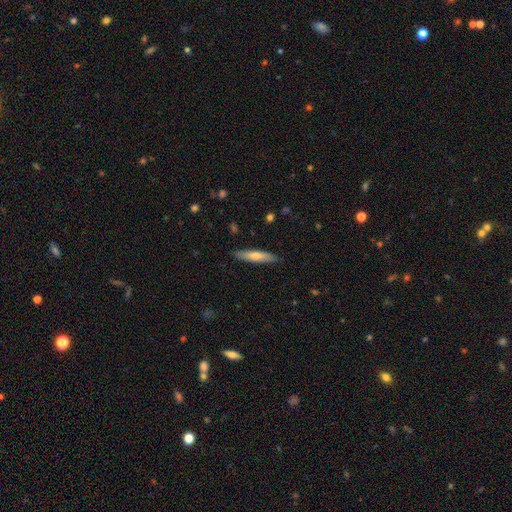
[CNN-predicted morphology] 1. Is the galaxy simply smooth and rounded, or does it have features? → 64% smooth, 30% featured or disk, 6% star or artifact.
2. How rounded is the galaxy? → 84% cigar-shaped, 15% in between, 1% round.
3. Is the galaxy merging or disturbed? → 87% none, 10% minor disturbance, 2% major disturbance, 1% merger.